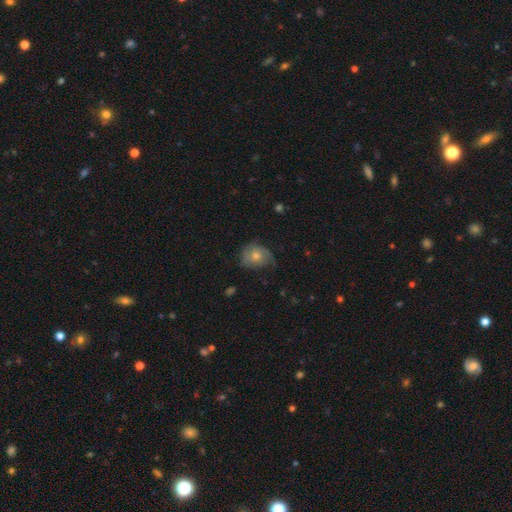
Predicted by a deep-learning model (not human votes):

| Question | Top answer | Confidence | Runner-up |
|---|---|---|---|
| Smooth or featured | smooth | 49% | featured or disk (43%) |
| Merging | none | 54% | minor disturbance (32%) |